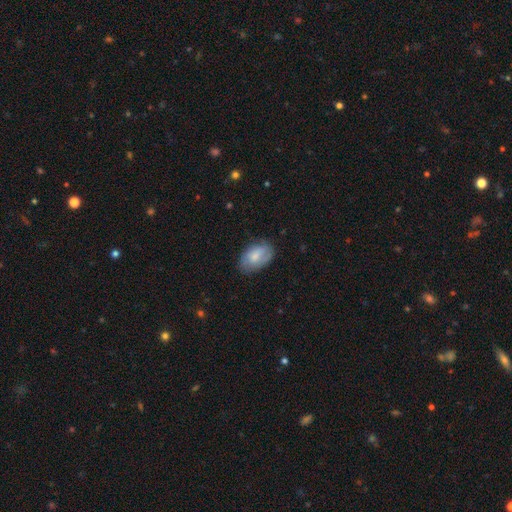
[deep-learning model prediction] This is likely a smooth galaxy (73%). How rounded: clearly in between (91%). Merging: likely none (71%).